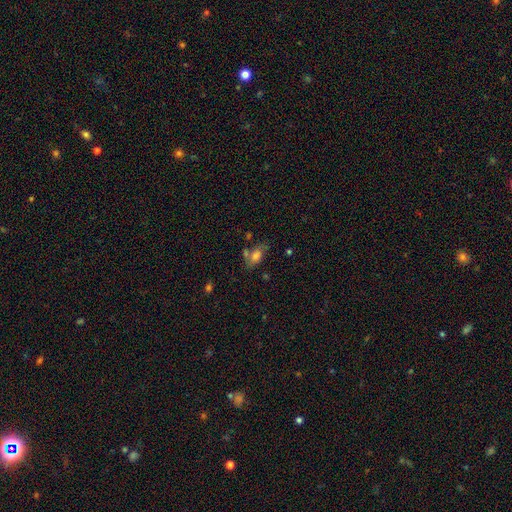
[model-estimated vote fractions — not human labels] Smooth or featured? Predicted: smooth (p=0.65). How rounded? Predicted: in between (p=0.84). Merging? Predicted: none (p=0.43).